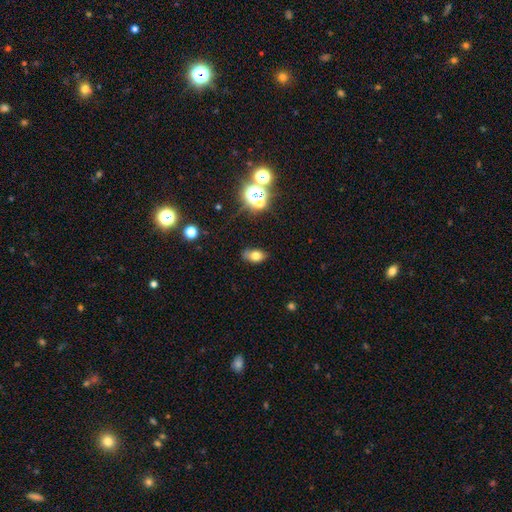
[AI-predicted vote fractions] Smooth or featured?
  - smooth: 70% *
  - star or artifact: 16%
  - featured or disk: 14%
How rounded?
  - in between: 84% *
  - round: 13%
  - cigar-shaped: 2%
Merging?
  - none: 70% *
  - minor disturbance: 20%
  - major disturbance: 6%
  - merger: 4%